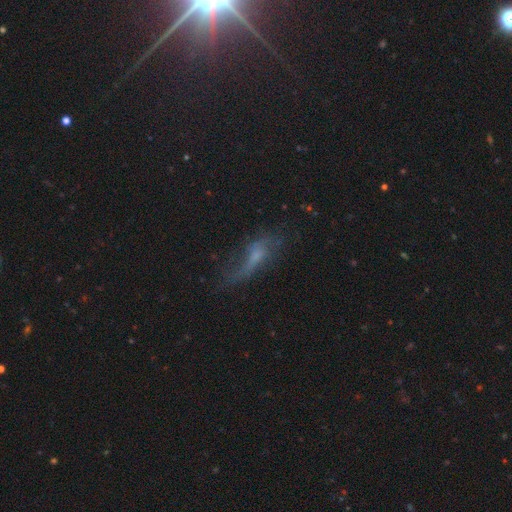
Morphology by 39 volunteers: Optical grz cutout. It shows a featured or disk galaxy (56%) with no bar (58%), 2 (64%) loose (100%) spiral arms (58%) and no central bulge (42%). Merging: major disturbance (42%).